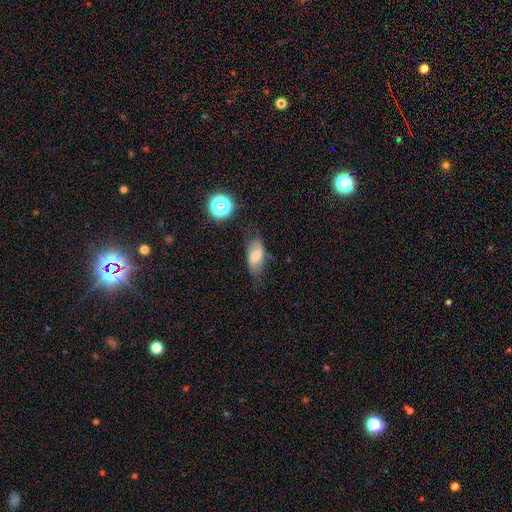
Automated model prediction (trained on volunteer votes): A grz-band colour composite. It shows a smooth galaxy with no disk features (69%) that is in between round and cigar-shaped (87%). Merging: none (58%).